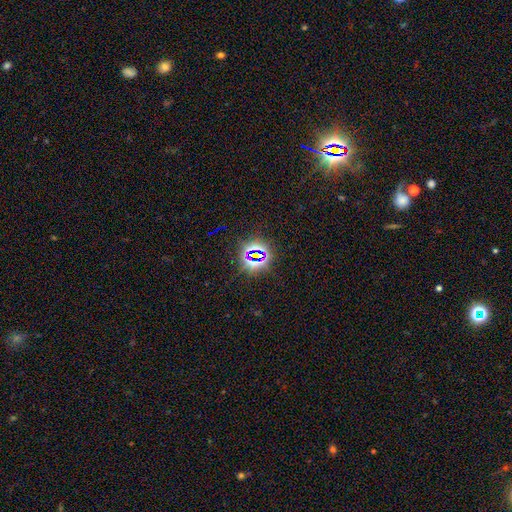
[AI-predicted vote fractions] The model was most divided on "smooth or featured": star or artifact: 76%, smooth: 15%, featured or disk: 9%.